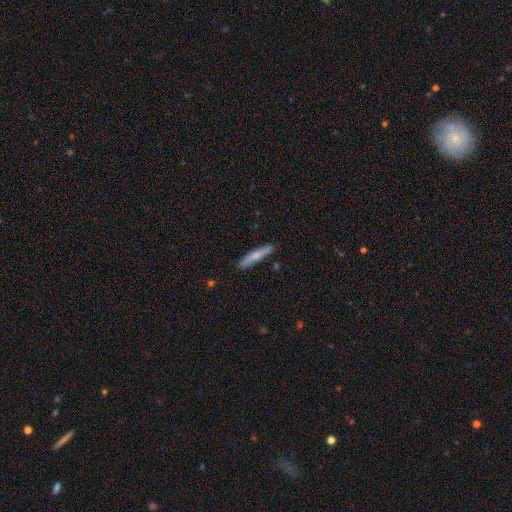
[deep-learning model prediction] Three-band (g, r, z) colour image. It shows a smooth galaxy with no disk features (69%) that is cigar-shaped (91%). Merging: none (87%).